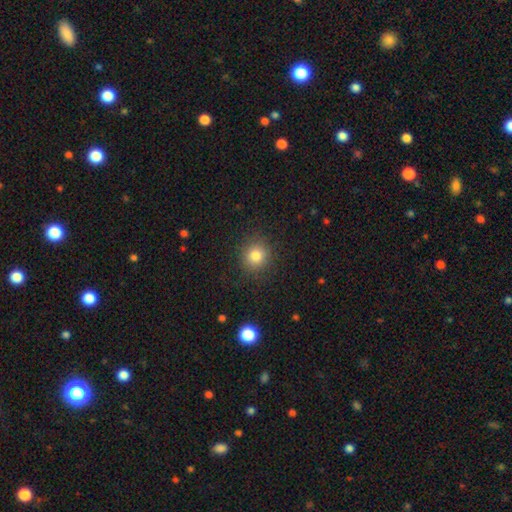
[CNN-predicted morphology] smooth 81%, star or artifact 13%, featured or disk 7%. Down the decision tree: how rounded — round (89%); merging — none (88%).